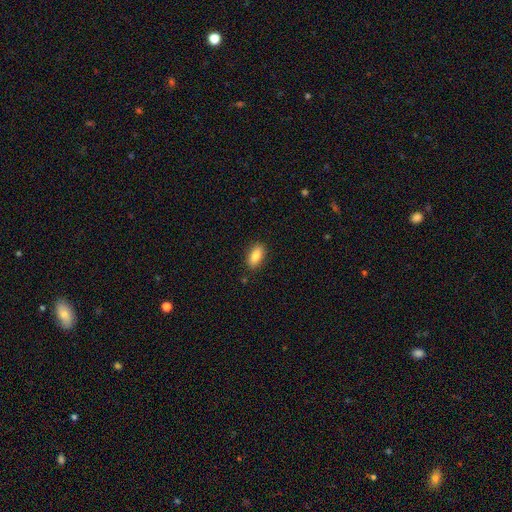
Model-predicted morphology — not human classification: This appears to be a smooth galaxy with no disk features (83%) that is in between round and cigar-shaped (86%). Merging: none (86%).